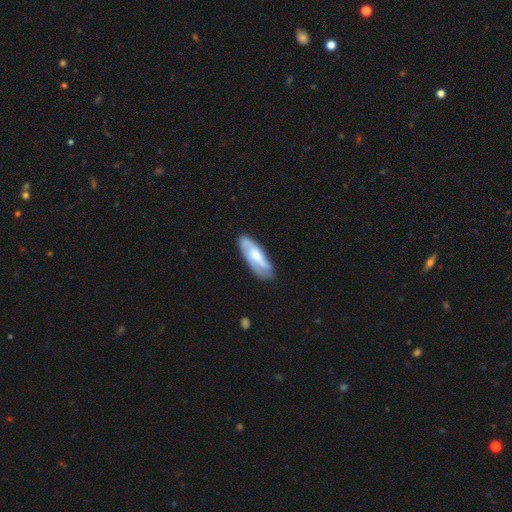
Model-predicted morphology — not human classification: The model was most divided on "spiral winding": medium: 42%, tight: 41%, loose: 17%. Remaining: spiral arms — yes (90%); edge-on disk — no (86%); merging — none (75%); smooth or featured — featured or disk (65%); bar — no (50%); spiral arm count — 2 (49%); bulge size — moderate (42%).